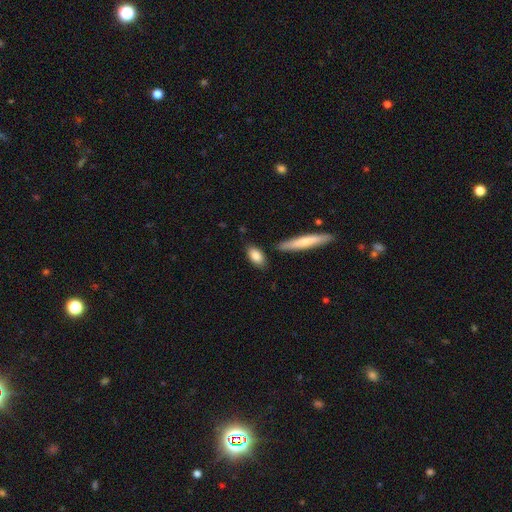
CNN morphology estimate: Smooth or featured?
  - smooth: 83% *
  - featured or disk: 11%
  - star or artifact: 6%
How rounded?
  - in between: 83% *
  - cigar-shaped: 13%
  - round: 4%
Merging?
  - none: 79% *
  - minor disturbance: 13%
  - merger: 6%
  - major disturbance: 3%